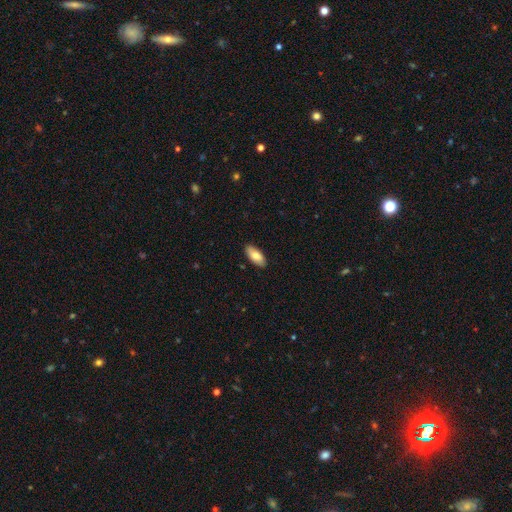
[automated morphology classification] Smooth or featured? smooth (79%)
How rounded? in between (88%)
Merging? none (89%)